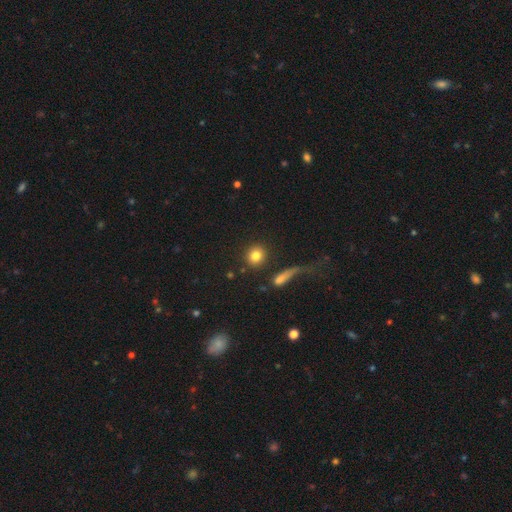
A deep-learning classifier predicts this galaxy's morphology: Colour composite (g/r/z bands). It shows a smooth galaxy with no disk features (82%) that is round (86%). Merging: none (83%).